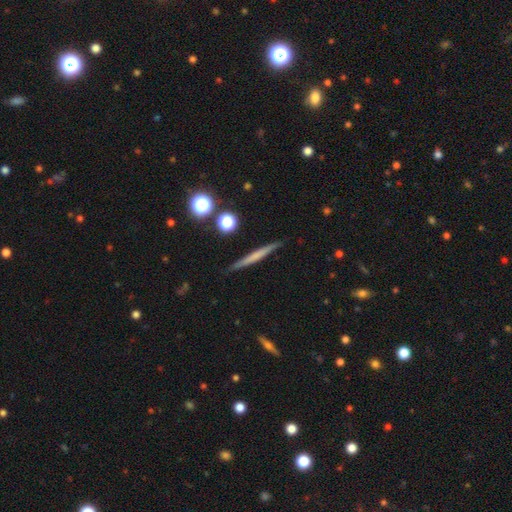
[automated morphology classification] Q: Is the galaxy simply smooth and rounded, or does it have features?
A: smooth — 47%.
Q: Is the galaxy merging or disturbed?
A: none — 89%.